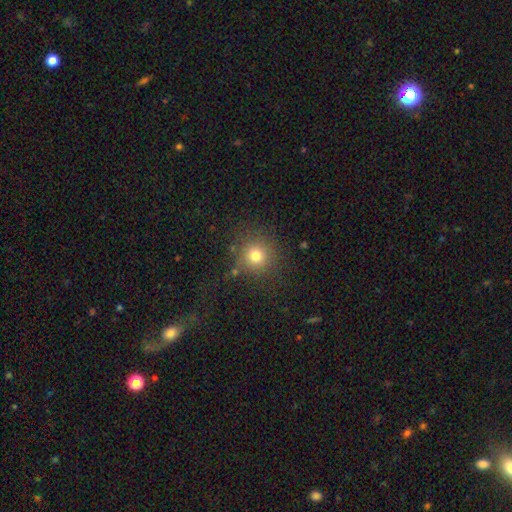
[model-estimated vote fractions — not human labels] The model was most divided on "smooth or featured": smooth: 76%, star or artifact: 16%, featured or disk: 8%. More confident: how rounded — round (93%); merging — none (84%).